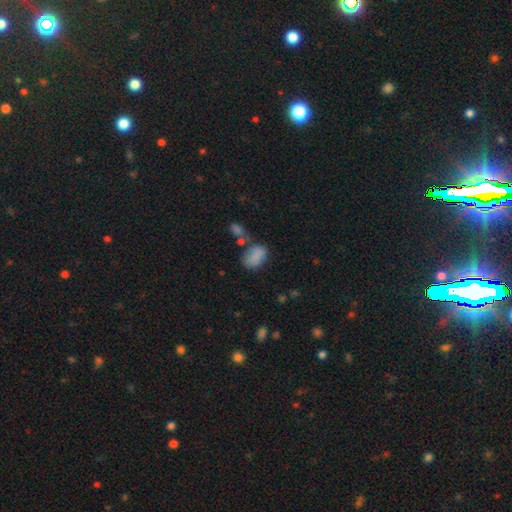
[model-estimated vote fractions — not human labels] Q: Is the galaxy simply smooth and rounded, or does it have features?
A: smooth — 79%.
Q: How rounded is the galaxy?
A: in between — 84%.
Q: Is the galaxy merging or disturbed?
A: none — 47%.